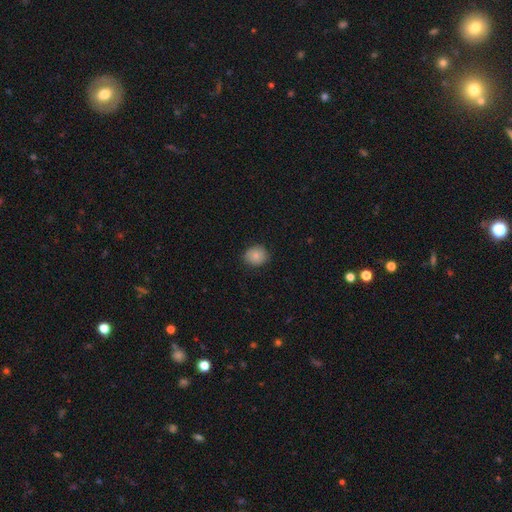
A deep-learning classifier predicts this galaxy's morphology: This is clearly a smooth galaxy (81%). How rounded: likely round (74%). Merging: clearly none (84%).